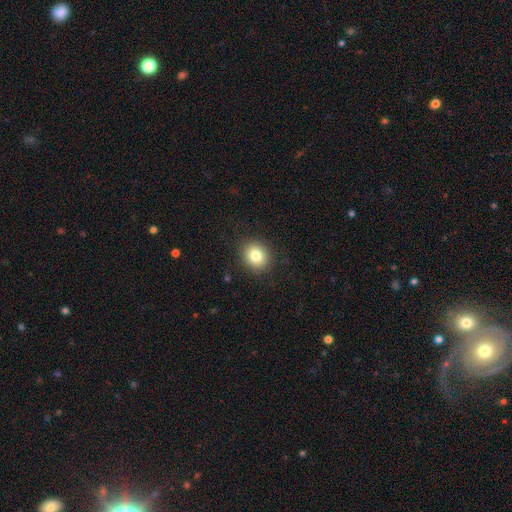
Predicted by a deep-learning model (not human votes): Overall: smooth (81%). How rounded: round (73%). Merging: none (88%).